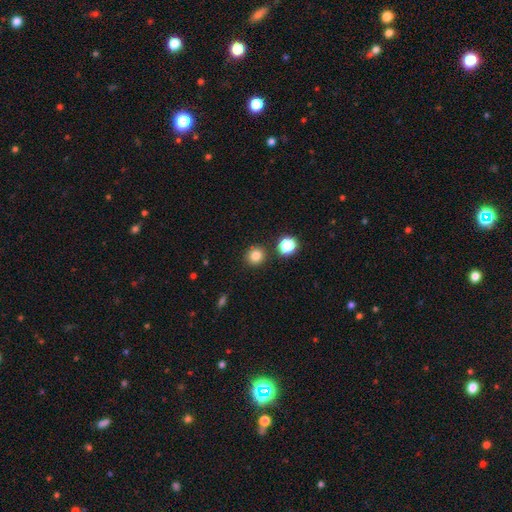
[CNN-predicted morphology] Smooth or featured?
  - smooth: 82% *
  - star or artifact: 13%
  - featured or disk: 5%
How rounded?
  - round: 91% *
  - in between: 8%
  - cigar-shaped: 1%
Merging?
  - none: 87% *
  - minor disturbance: 6%
  - merger: 4%
  - major disturbance: 2%